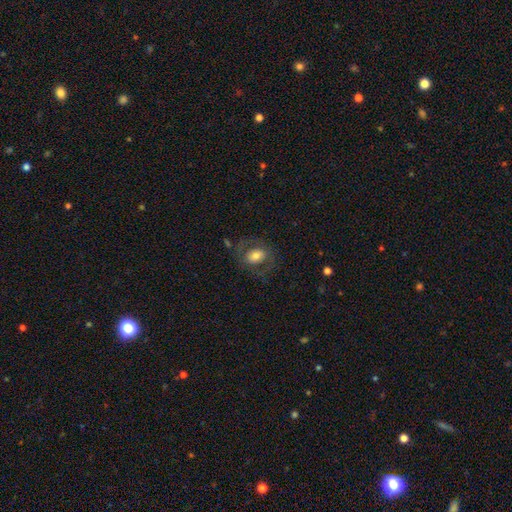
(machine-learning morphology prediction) smooth-or-featured: smooth: 61% | featured or disk: 31% | star or artifact: 8%
  how-rounded: in between: 65% | round: 34% | cigar-shaped: 1%
  merging: none: 67% | minor disturbance: 16% | major disturbance: 15% | merger: 2%